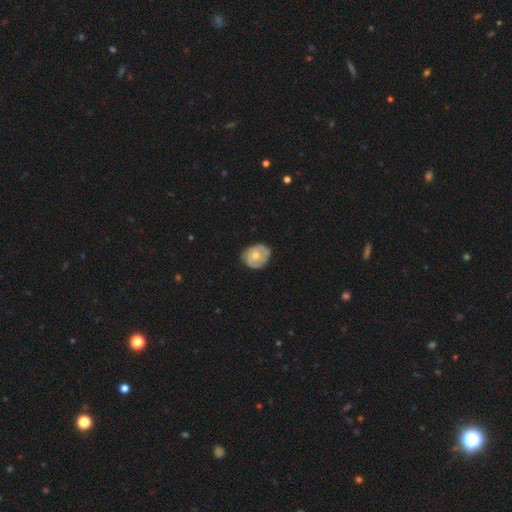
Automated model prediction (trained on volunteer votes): smooth 48%, featured or disk 46%, star or artifact 6%. Down the decision tree: merging — none (71%).